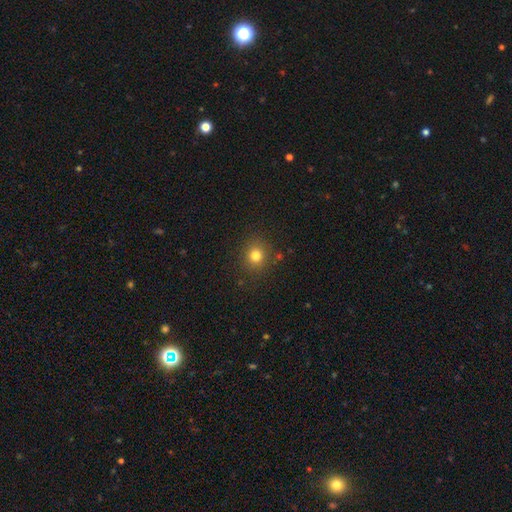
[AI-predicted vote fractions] smooth_or_featured: smooth (p=0.79) [alt: star or artifact p=0.14]
how_rounded: round (p=0.87) [alt: in between p=0.12]
merging: none (p=0.86) [alt: minor disturbance p=0.09]